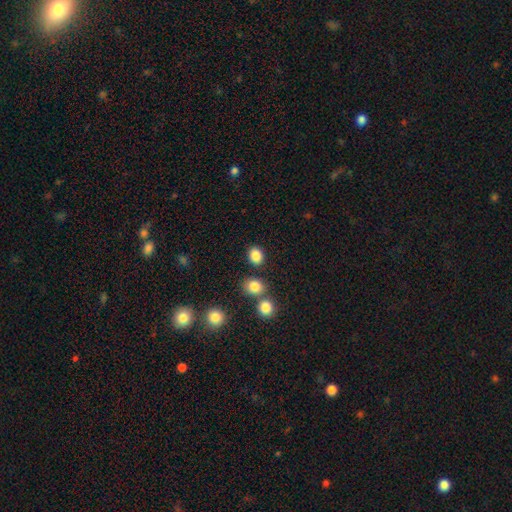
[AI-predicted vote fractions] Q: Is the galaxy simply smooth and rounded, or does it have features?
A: smooth — 85%.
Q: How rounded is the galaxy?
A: round — 55%.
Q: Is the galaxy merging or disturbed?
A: none — 81%.